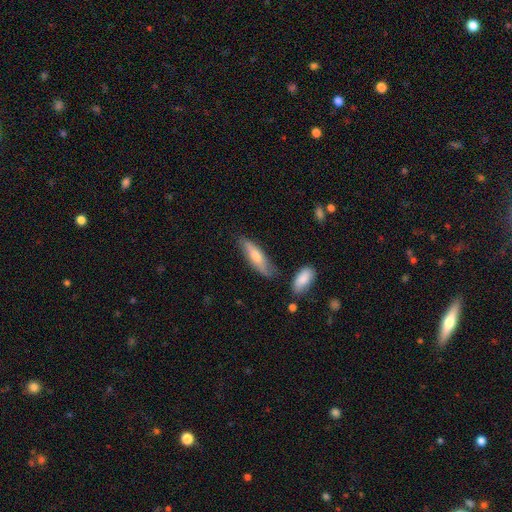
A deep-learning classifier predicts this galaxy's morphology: A smooth galaxy with no disk features (63%) that is cigar-shaped (62%).

Vote fractions:
- Smooth or featured? smooth: 63% / featured or disk: 30% / star or artifact: 6%
- How rounded? cigar-shaped: 62% / in between: 36% / round: 2%
- Merging? none: 69% / minor disturbance: 21% / merger: 5% / major disturbance: 5%